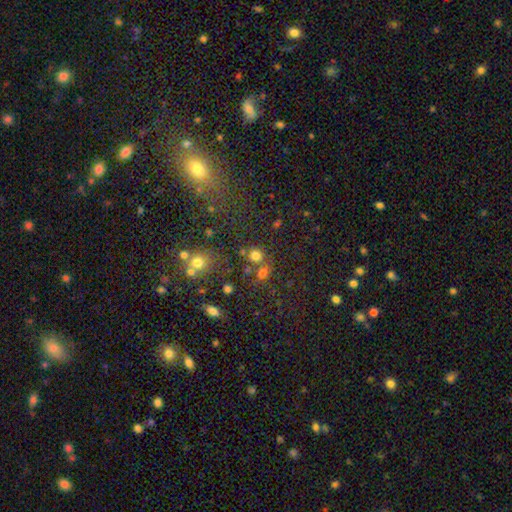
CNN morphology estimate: smooth 75%, star or artifact 18%, featured or disk 7%. Down the decision tree: how rounded — round (87%); merging — none (65%).